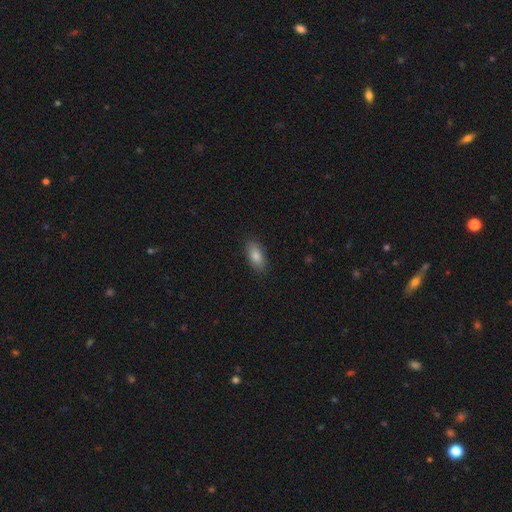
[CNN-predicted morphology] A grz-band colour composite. It shows a smooth galaxy with no disk features (84%) that is in between round and cigar-shaped (90%). Merging: none (87%).